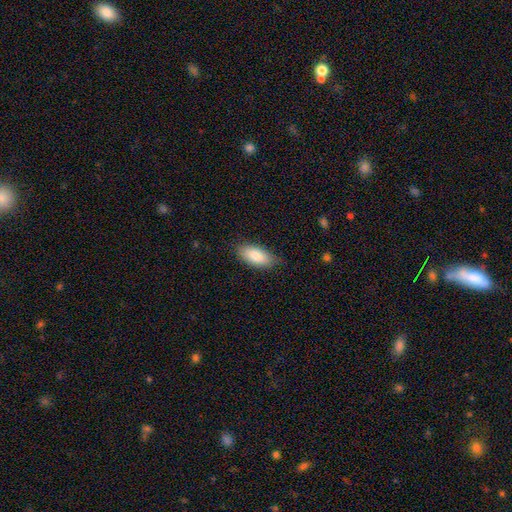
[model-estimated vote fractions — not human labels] smooth-or-featured: smooth: 83% | featured or disk: 10% | star or artifact: 6%
  how-rounded: in between: 88% | cigar-shaped: 9% | round: 2%
  merging: none: 81% | minor disturbance: 15% | major disturbance: 3% | merger: 1%